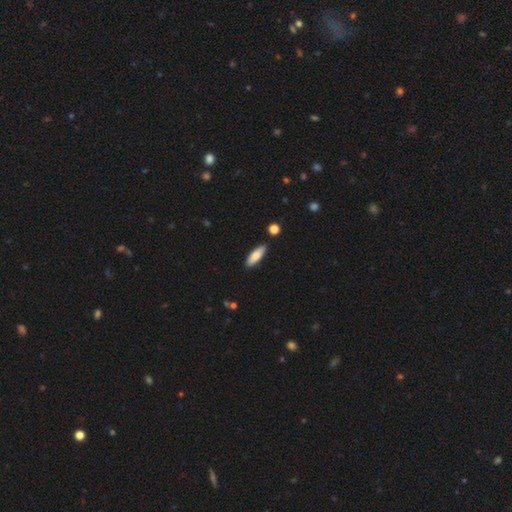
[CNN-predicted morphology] A smooth galaxy with no disk features (77%) that is in between round and cigar-shaped (55%).

Vote fractions:
- Smooth or featured? smooth: 77% / featured or disk: 17% / star or artifact: 6%
- How rounded? in between: 55% / cigar-shaped: 43% / round: 2%
- Merging? none: 88% / minor disturbance: 8% / merger: 2% / major disturbance: 2%